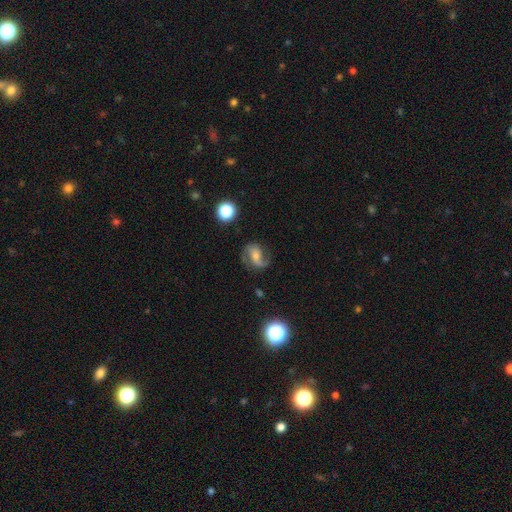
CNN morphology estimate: Smooth or featured?
  - featured or disk: 77% *
  - smooth: 15%
  - star or artifact: 9%
Edge-on disk?
  - no: 97% *
  - yes: 3%
Bar?
  - no: 41% *
  - weak: 38%
  - strong: 21%
Spiral arms?
  - yes: 94% *
  - no: 6%
Spiral winding?
  - medium: 44% *
  - loose: 41%
  - tight: 15%
Spiral arm count?
  - 2: 78% *
  - 1: 14%
  - can't tell: 4%
  - 3: 1%
  - 4: 1%
  - more than 4: 1%
Bulge size?
  - moderate: 46% *
  - small: 44%
  - large: 5%
  - none: 4%
  - dominant: 1%
Merging?
  - none: 67% *
  - minor disturbance: 18%
  - major disturbance: 13%
  - merger: 2%